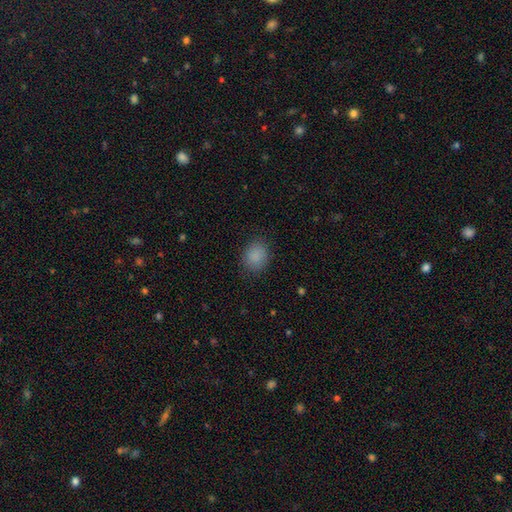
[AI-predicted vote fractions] Overall: smooth (87%). How rounded: round (56%; in between 43%). Merging: none (85%).